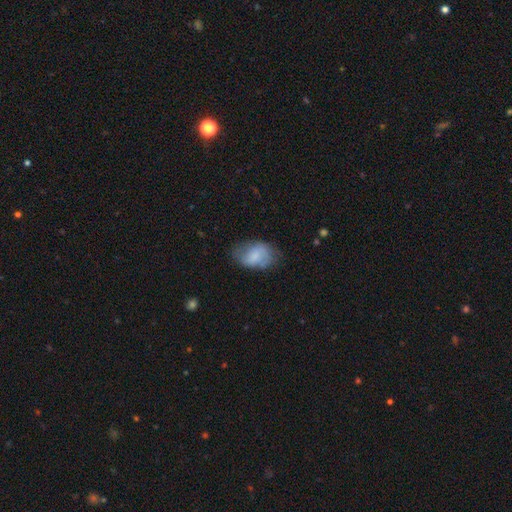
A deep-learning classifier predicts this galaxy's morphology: A smooth galaxy with no disk features (70%) that is in between round and cigar-shaped (83%).

Vote fractions:
- Smooth or featured? smooth: 70% / featured or disk: 22% / star or artifact: 8%
- How rounded? in between: 83% / round: 16% / cigar-shaped: 1%
- Merging? none: 56% / minor disturbance: 30% / major disturbance: 12% / merger: 2%